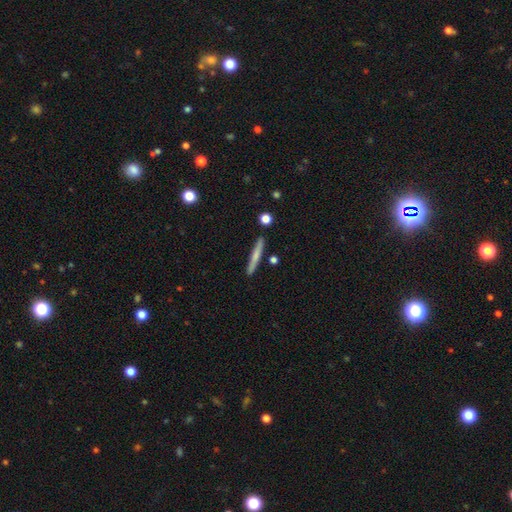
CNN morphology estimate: This appears to be a smooth galaxy with no disk features (61%) that is cigar-shaped (95%). Merging: none (87%).